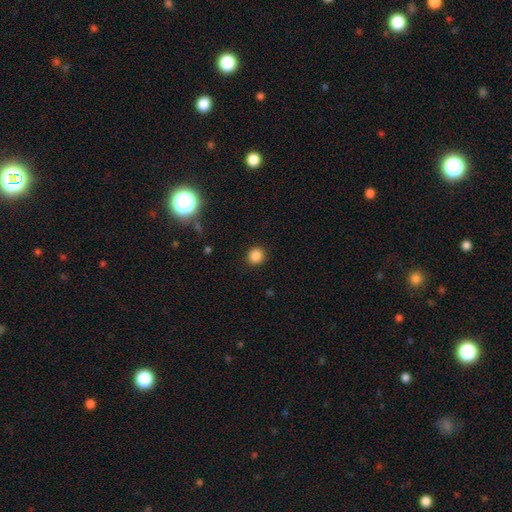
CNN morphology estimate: The model was most divided on "smooth or featured": smooth: 85%, star or artifact: 12%, featured or disk: 3%. More confident: merging — none (90%); how rounded — round (89%).